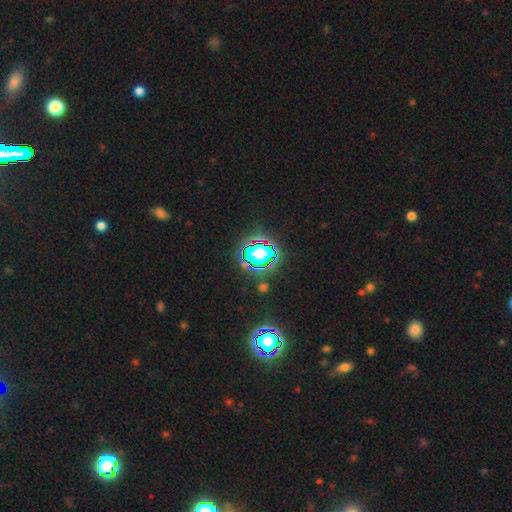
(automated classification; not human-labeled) Smooth or featured? star or artifact (67%)